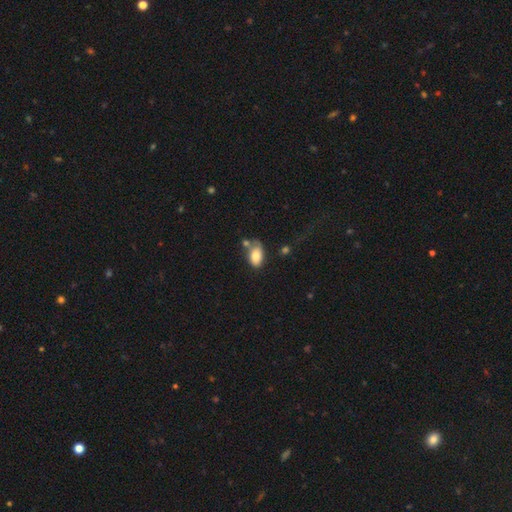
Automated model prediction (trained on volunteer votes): Q: Smooth or featured?
A: smooth (82%); runner-up: featured or disk (10%)
Q: How rounded?
A: in between (92%); runner-up: round (6%)
Q: Merging?
A: none (52%); runner-up: minor disturbance (22%)